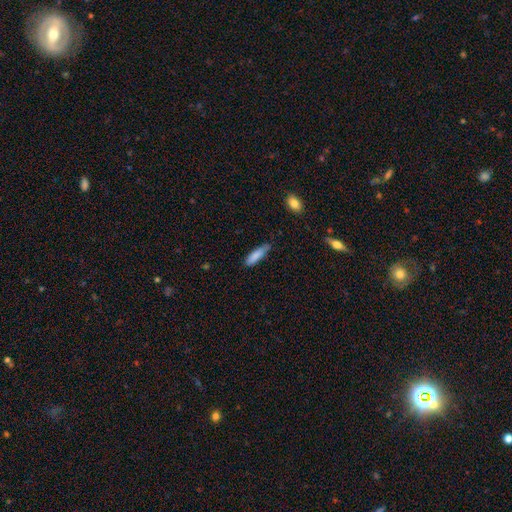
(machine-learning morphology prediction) Smooth or featured? smooth (84%)
How rounded? cigar-shaped (65%)
Merging? none (67%)